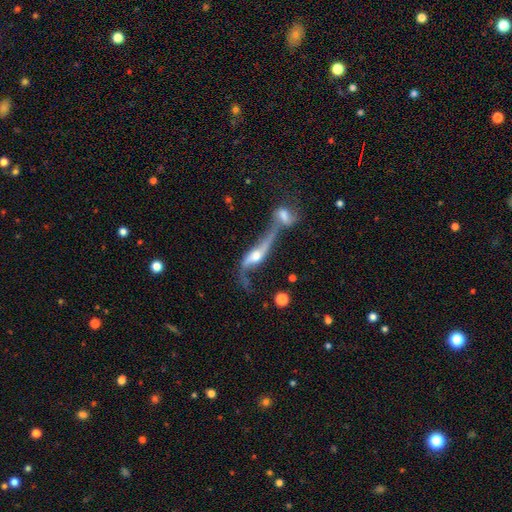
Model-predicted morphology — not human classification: Overall: featured or disk (73%). Edge-on disk: no (62%; yes 38%). Merging: merger (64%).